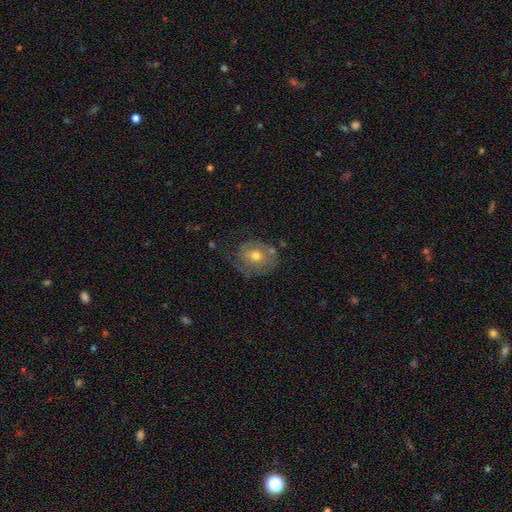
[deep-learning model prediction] Smooth or featured: featured or disk — 53% (smooth — 38%)
Edge-on disk: no — 96% (yes — 4%)
Bar: no — 71% (weak — 23%)
Spiral arms: yes — 62% (no — 38%)
Bulge size: moderate — 70% (small — 23%)
Merging: none — 57% (minor disturbance — 24%)